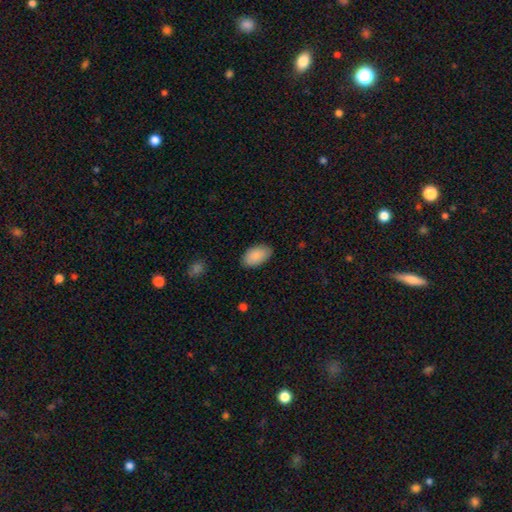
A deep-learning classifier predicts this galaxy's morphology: smooth-or-featured: smooth: 89% | star or artifact: 6% | featured or disk: 5%
  how-rounded: in between: 95% | round: 4% | cigar-shaped: 1%
  merging: none: 85% | minor disturbance: 11% | major disturbance: 2% | merger: 1%